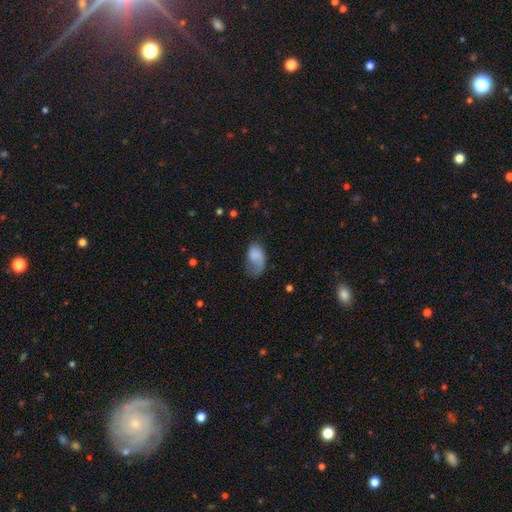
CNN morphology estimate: type=smooth (67%); roundness=in between (91%); merging=major disturbance (41%).